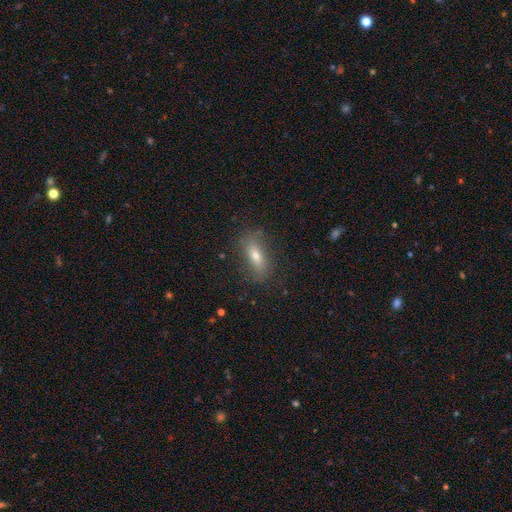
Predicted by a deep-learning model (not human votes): Q: Smooth or featured?
A: smooth (59%); runner-up: featured or disk (31%)
Q: How rounded?
A: in between (61%); runner-up: cigar-shaped (34%)
Q: Merging?
A: none (79%); runner-up: minor disturbance (15%)